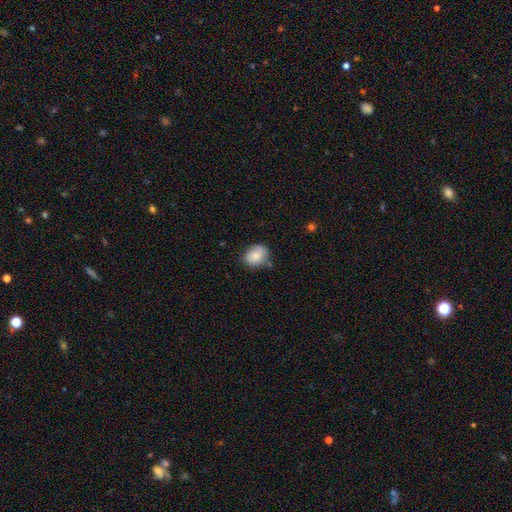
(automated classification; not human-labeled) smooth_or_featured: smooth (p=0.79) [alt: featured or disk p=0.13]
how_rounded: round (p=0.50) [alt: in between p=0.49]
merging: none (p=0.68) [alt: minor disturbance p=0.24]